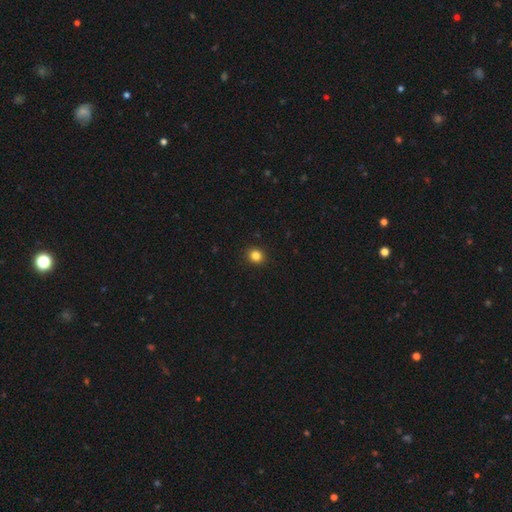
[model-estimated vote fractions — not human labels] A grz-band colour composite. It shows a smooth galaxy with no disk features (83%) that is round (83%). Merging: none (92%).